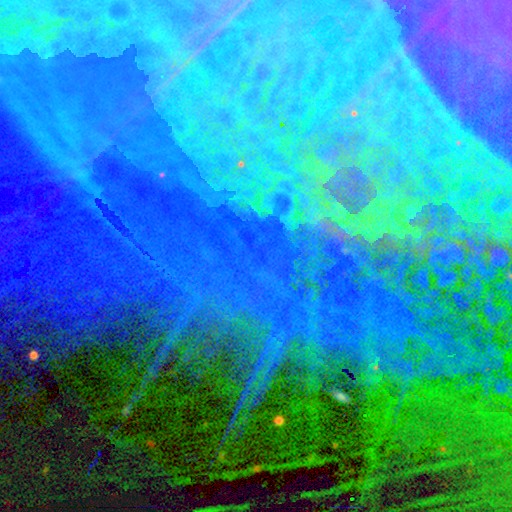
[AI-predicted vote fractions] The model was most divided on "smooth or featured": star or artifact: 79%, featured or disk: 13%, smooth: 8%.